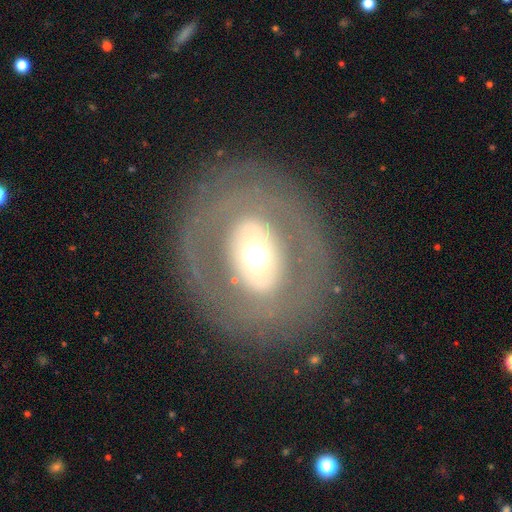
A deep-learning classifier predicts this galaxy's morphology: smooth_or_featured: featured or disk (p=0.60) [alt: smooth p=0.32]
disk_edge_on: no (p=0.93) [alt: yes p=0.07]
bar: no (p=0.63) [alt: weak p=0.20]
has_spiral_arms: no (p=0.81) [alt: yes p=0.19]
bulge_size: moderate (p=0.57) [alt: large p=0.25]
merging: none (p=0.79) [alt: minor disturbance p=0.10]